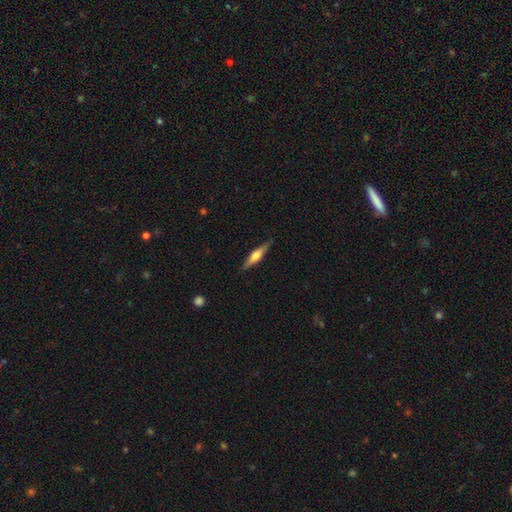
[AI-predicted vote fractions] A featured or disk galaxy (66%) viewed edge-on (97%) with a rounded central bulge (88%). Merging: none (87%).